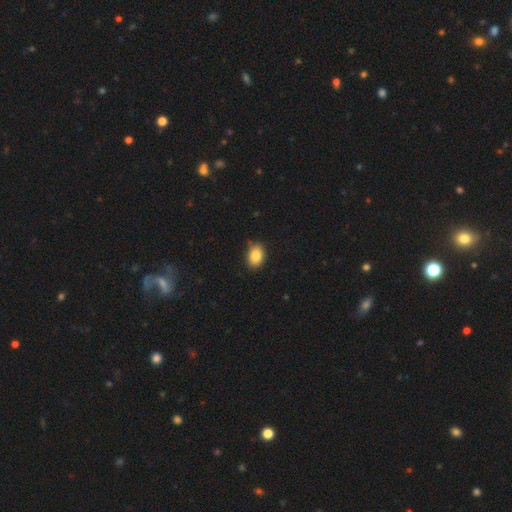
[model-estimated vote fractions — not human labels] smooth_or_featured: smooth (p=0.86) [alt: star or artifact p=0.08]
how_rounded: in between (p=0.76) [alt: round p=0.23]
merging: none (p=0.82) [alt: minor disturbance p=0.14]